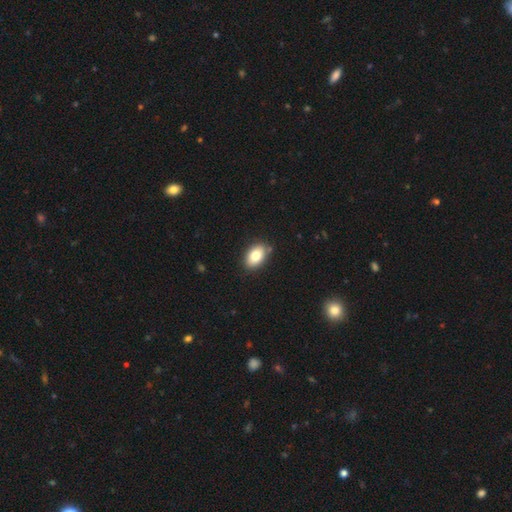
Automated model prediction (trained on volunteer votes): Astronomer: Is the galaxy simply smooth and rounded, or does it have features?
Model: smooth — 81%.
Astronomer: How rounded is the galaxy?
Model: in between — 88%.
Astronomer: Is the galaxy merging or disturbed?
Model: none — 84%.